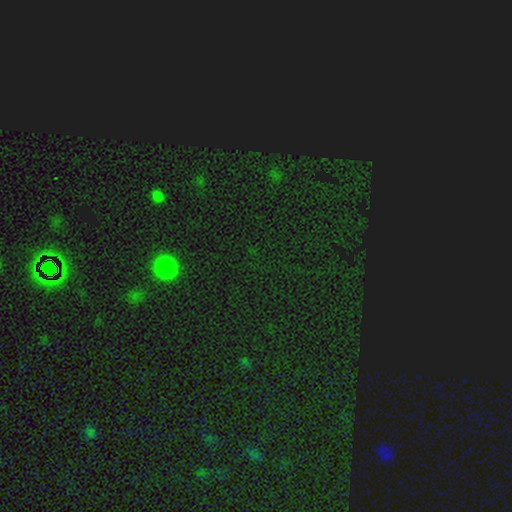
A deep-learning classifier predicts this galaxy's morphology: Smooth or featured?
  - star or artifact: 72% *
  - smooth: 22%
  - featured or disk: 6%